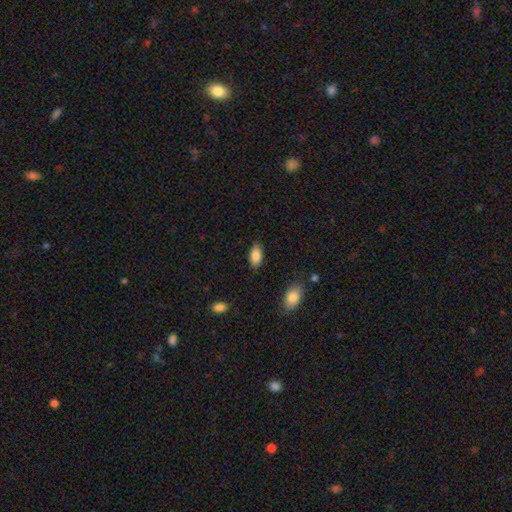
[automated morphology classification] smooth_or_featured: smooth (p=0.86) [alt: star or artifact p=0.07]
how_rounded: in between (p=0.91) [alt: cigar-shaped p=0.05]
merging: none (p=0.85) [alt: minor disturbance p=0.11]